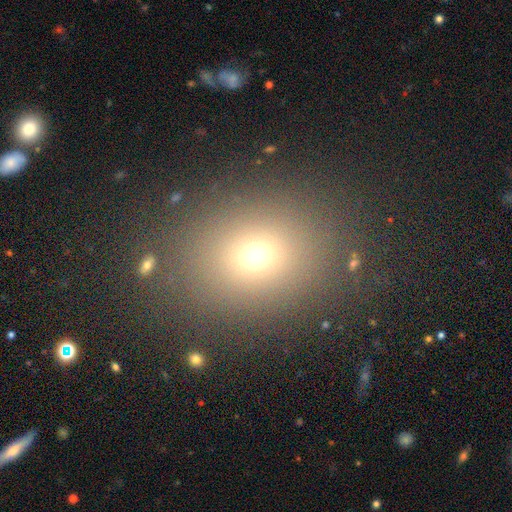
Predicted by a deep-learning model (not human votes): Smooth or featured? Predicted: smooth (p=0.69). How rounded? Predicted: round (p=0.51). Merging? Predicted: none (p=0.85).